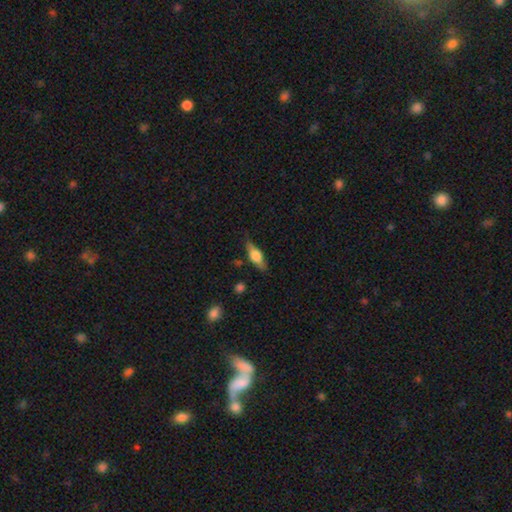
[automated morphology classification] Smooth or featured: smooth — 50% (featured or disk — 43%)
Merging: none — 80% (minor disturbance — 15%)